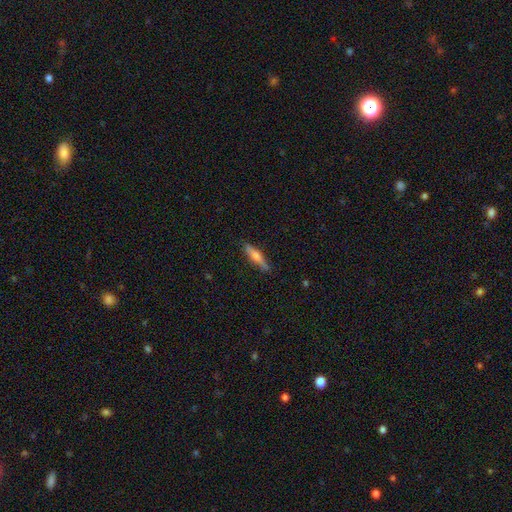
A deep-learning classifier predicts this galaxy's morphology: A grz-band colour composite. It shows a featured or disk galaxy (51%) viewed edge-on (95%). Merging: none (87%).